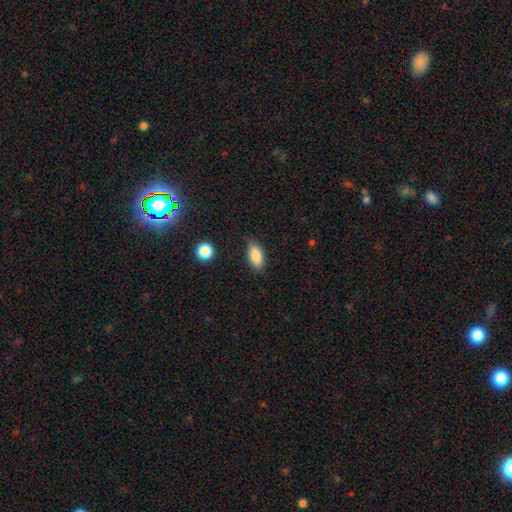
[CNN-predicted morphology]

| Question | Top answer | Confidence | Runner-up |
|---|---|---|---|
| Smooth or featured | smooth | 85% | featured or disk (8%) |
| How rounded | in between | 89% | cigar-shaped (7%) |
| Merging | none | 78% | minor disturbance (17%) |